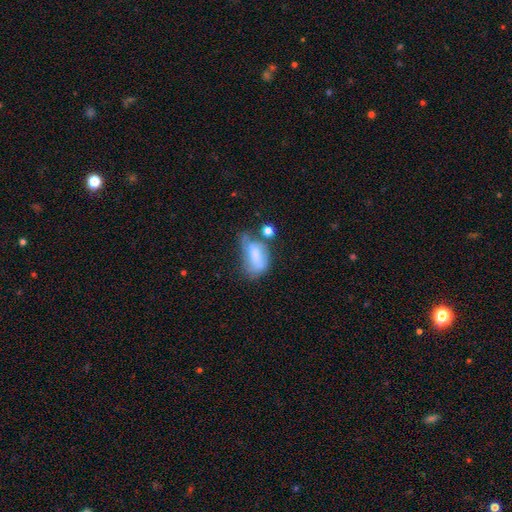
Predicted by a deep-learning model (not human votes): Morphology: type=smooth (57%); roundness=in between (86%); merging=minor disturbance (29%, tied with major disturbance).